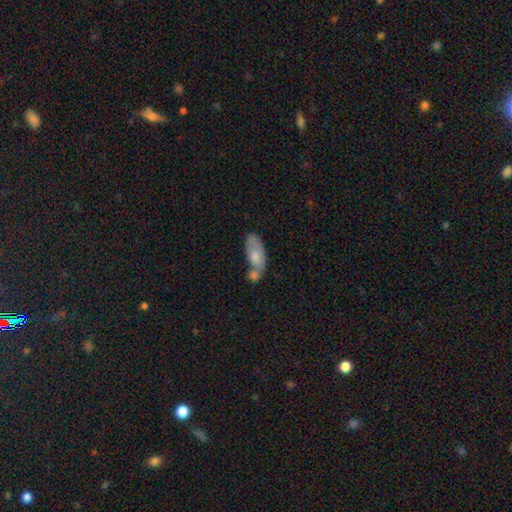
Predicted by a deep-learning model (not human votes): Smooth or featured: smooth — 73% (featured or disk — 21%)
How rounded: in between — 85% (cigar-shaped — 11%)
Merging: merger — 49% (none — 27%)